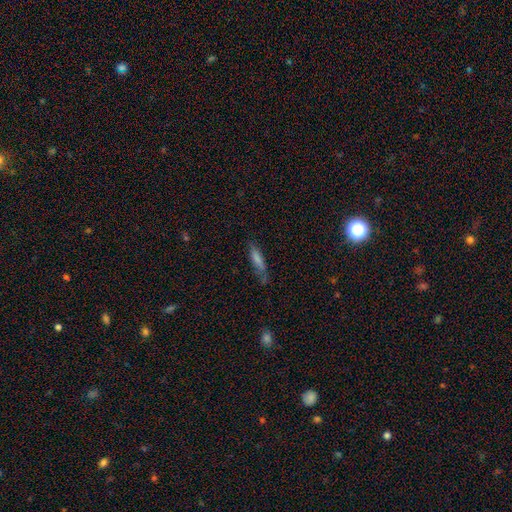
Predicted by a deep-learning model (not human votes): smooth_or_featured: smooth (p=0.62) [alt: featured or disk p=0.24]
how_rounded: cigar-shaped (p=0.75) [alt: in between p=0.23]
merging: none (p=0.64) [alt: minor disturbance p=0.25]